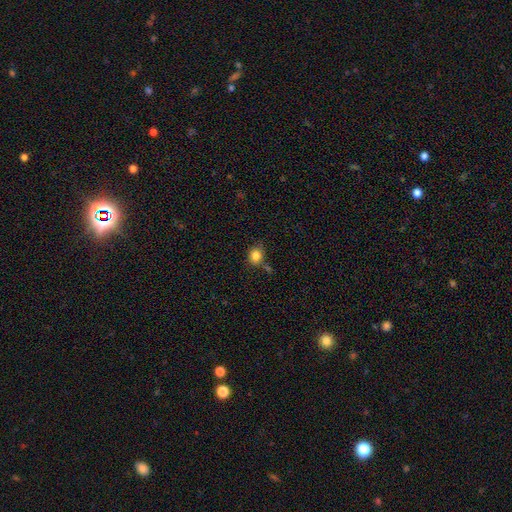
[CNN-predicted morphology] smooth-or-featured: smooth: 84% | star or artifact: 10% | featured or disk: 6%
  how-rounded: round: 64% | in between: 35% | cigar-shaped: 1%
  merging: none: 68% | minor disturbance: 19% | merger: 8% | major disturbance: 5%